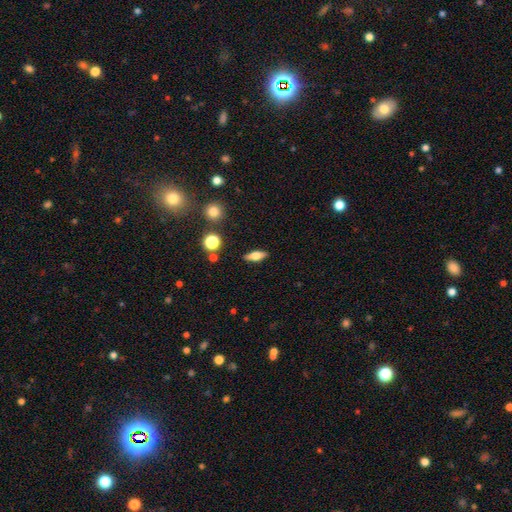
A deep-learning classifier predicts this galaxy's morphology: The model was most divided on "smooth or featured": smooth: 58%, featured or disk: 33%, star or artifact: 9%. More confident: merging — none (88%); how rounded — in between (63%).